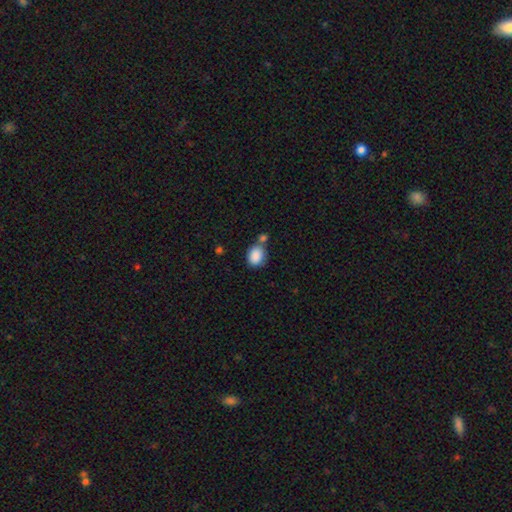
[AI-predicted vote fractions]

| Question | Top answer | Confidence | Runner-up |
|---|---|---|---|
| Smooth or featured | smooth | 88% | star or artifact (8%) |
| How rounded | in between | 60% | round (39%) |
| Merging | none | 53% | merger (28%) |